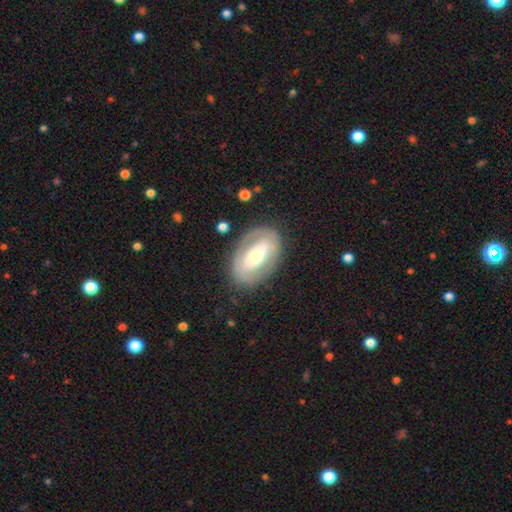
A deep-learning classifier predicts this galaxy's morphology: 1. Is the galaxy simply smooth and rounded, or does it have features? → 61% featured or disk, 33% smooth, 6% star or artifact.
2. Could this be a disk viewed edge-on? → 92% no, 8% yes.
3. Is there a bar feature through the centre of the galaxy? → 38% no, 33% strong, 29% weak.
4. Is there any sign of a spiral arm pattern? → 55% no, 45% yes.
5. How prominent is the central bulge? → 52% moderate, 33% small, 11% large, 2% dominant, 1% none.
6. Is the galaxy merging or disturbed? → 79% none, 13% minor disturbance, 6% major disturbance, 1% merger.